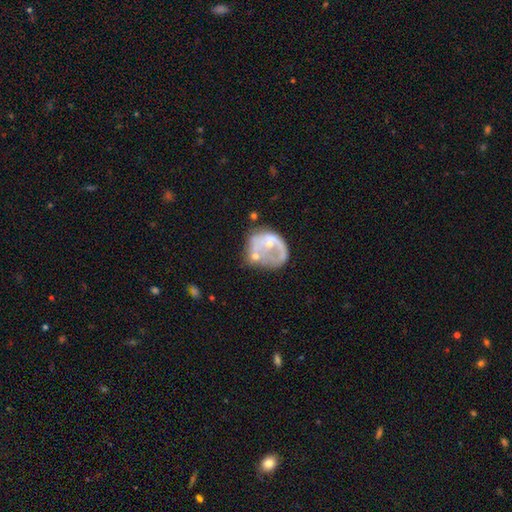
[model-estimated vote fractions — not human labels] This is possibly a featured or disk galaxy (58%). It is clearly not viewed edge-on (98%). Bar: clearly no (86%). Spiral arm pattern: likely no (77%). Central bulge: marginally small (40%). Merging: marginally major disturbance (31%).